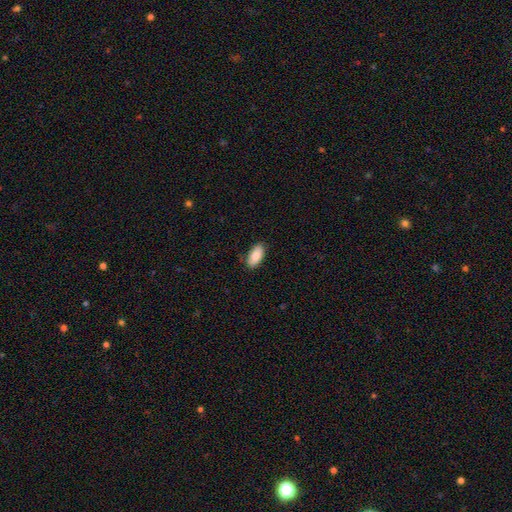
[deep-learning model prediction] Morphology: type=smooth (87%); roundness=in between (90%); merging=none (82%).